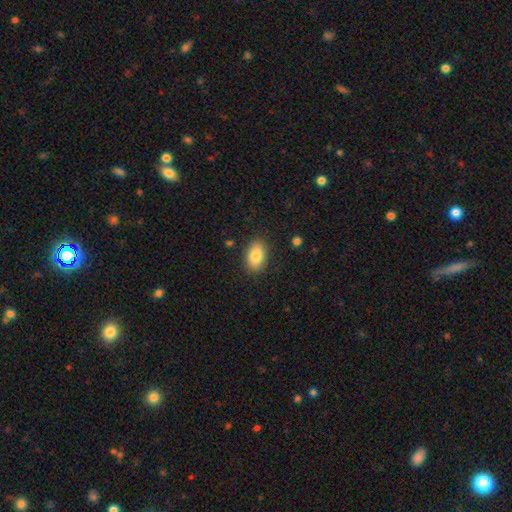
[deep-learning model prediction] Morphology: type=smooth (84%); roundness=in between (91%); merging=none (87%).